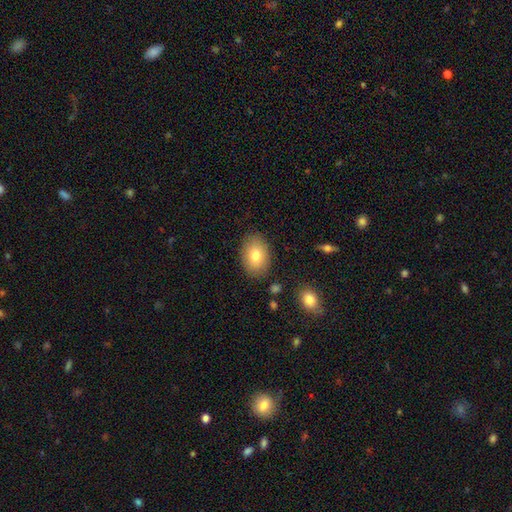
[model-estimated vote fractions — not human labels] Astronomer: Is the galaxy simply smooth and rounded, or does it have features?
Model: smooth — 78%.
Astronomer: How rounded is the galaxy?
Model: in between — 80%.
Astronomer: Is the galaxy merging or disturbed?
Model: none — 85%.